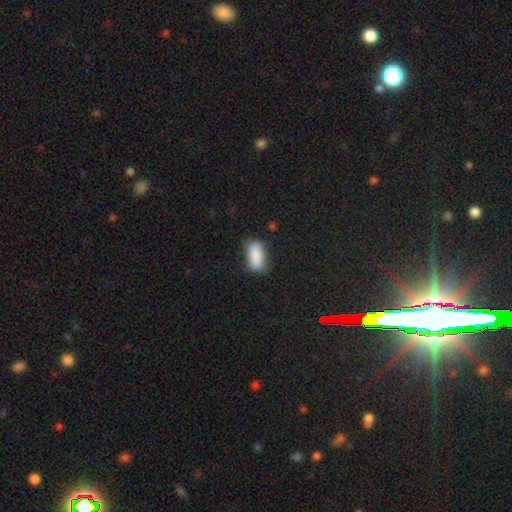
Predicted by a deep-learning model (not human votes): Smooth or featured? Predicted: smooth (p=0.86). How rounded? Predicted: in between (p=0.79). Merging? Predicted: none (p=0.68).